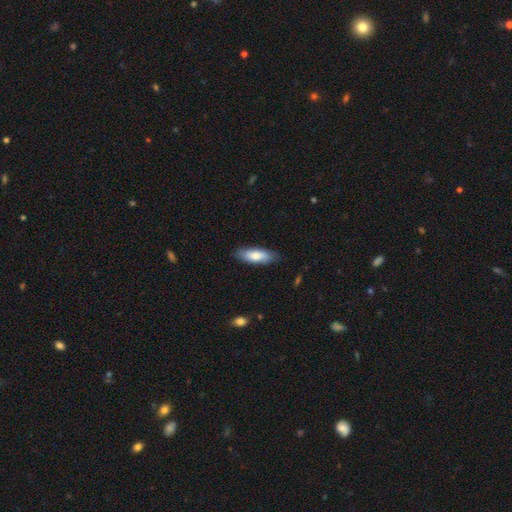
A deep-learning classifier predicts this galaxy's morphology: This is likely a smooth galaxy (76%). How rounded: likely in between (63%). Merging: clearly none (84%).